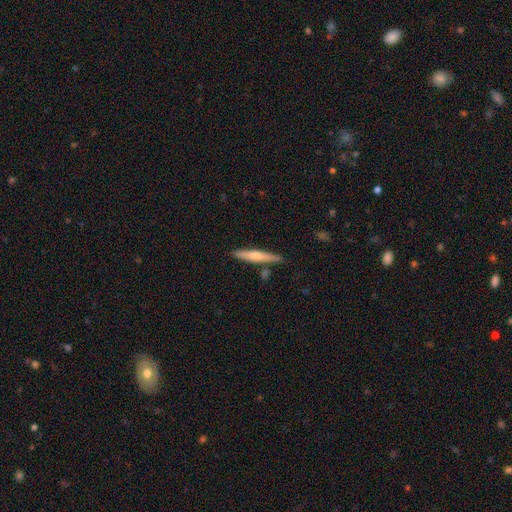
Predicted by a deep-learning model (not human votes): Overall: smooth (52%; featured or disk 42%). How rounded: cigar-shaped (92%). Merging: none (82%).